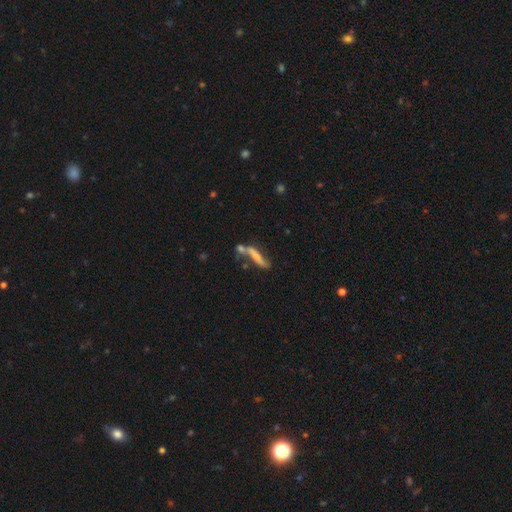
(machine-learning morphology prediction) This appears to be a featured or disk galaxy (48%). Merging: none (40%).